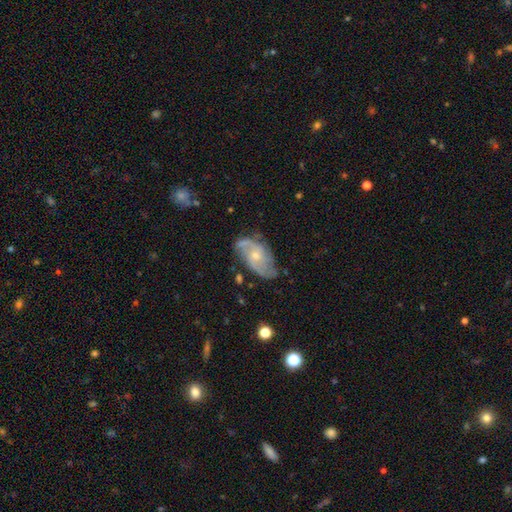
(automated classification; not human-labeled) This is likely a featured or disk galaxy (80%). It is clearly not viewed edge-on (96%). Bar: likely no (68%). Spiral arm pattern: clearly yes (93%). Spiral arm count: possibly 2 (58%). Spiral winding: possibly medium (46%). Central bulge: likely small (61%). Merging: likely none (66%).